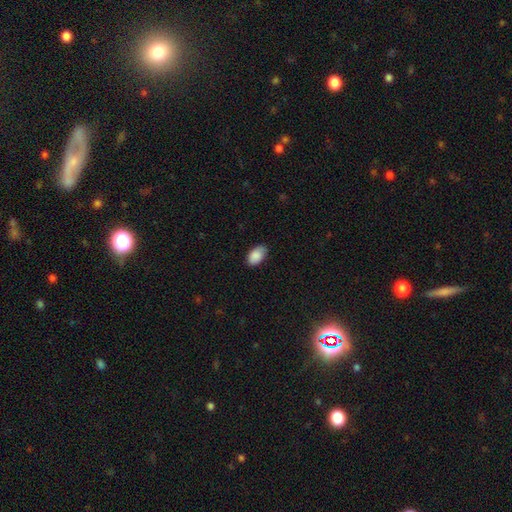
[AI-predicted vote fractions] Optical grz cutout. It shows a smooth galaxy with no disk features (88%) that is in between round and cigar-shaped (93%). Merging: none (77%).